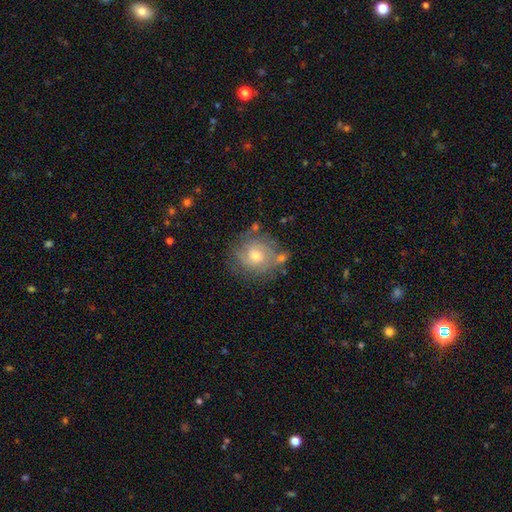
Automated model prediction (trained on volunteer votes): featured or disk 60%, smooth 29%, star or artifact 10%. Down the decision tree: edge-on disk — no (97%); bar — no (74%); spiral arms — yes (83%); bulge size — moderate (57%); merging — none (69%).